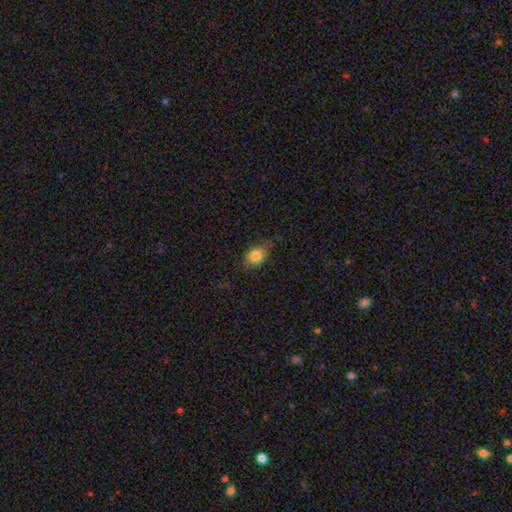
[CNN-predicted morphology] smooth_or_featured: smooth (p=0.82) [alt: star or artifact p=0.10]
how_rounded: in between (p=0.56) [alt: round p=0.42]
merging: none (p=0.72) [alt: minor disturbance p=0.21]